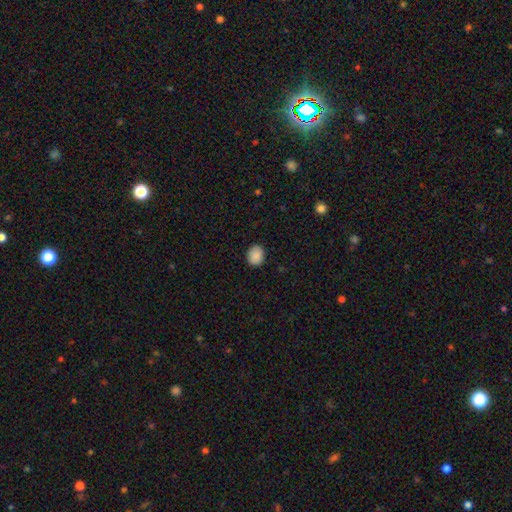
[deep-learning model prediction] A smooth galaxy with no disk features (89%) that is round (58%).

Vote fractions:
- Smooth or featured? smooth: 89% / star or artifact: 8% / featured or disk: 3%
- How rounded? round: 58% / in between: 41% / cigar-shaped: 1%
- Merging? none: 88% / minor disturbance: 9% / major disturbance: 2% / merger: 1%